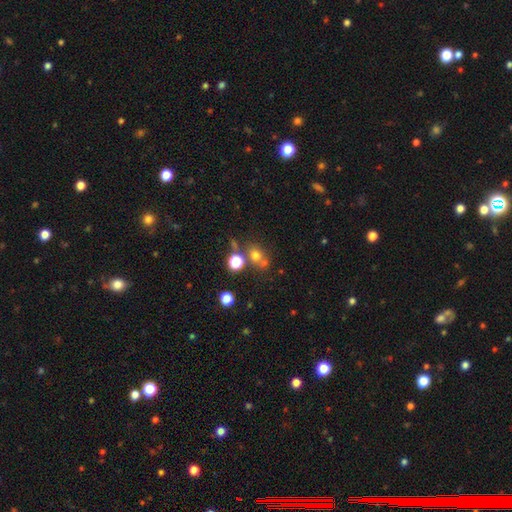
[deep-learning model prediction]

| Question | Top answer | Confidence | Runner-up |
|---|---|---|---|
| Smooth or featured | smooth | 68% | star or artifact (21%) |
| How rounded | round | 69% | in between (30%) |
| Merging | none | 55% | merger (26%) |